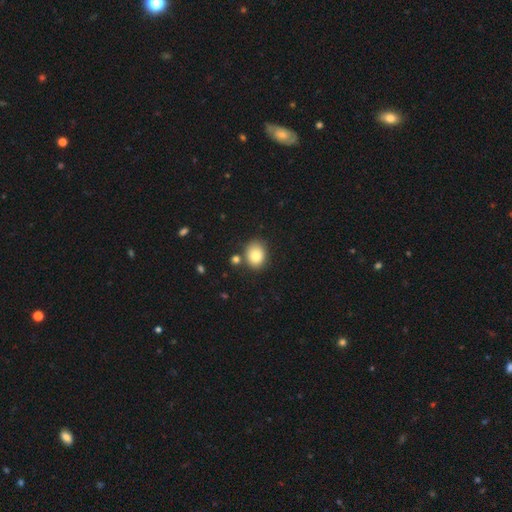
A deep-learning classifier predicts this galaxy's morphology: Smooth or featured: smooth — 84% (star or artifact — 9%)
How rounded: in between — 51% (round — 48%)
Merging: none — 76% (minor disturbance — 13%)